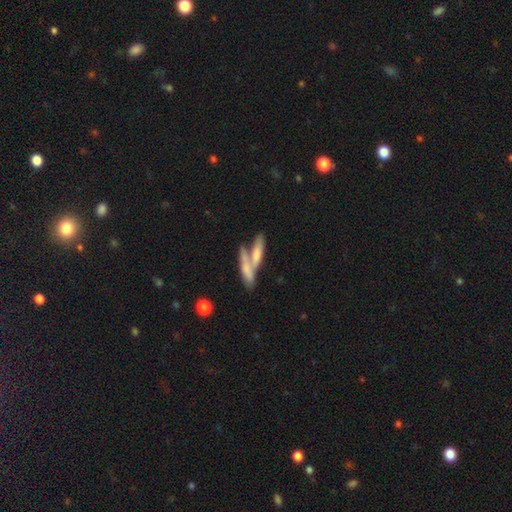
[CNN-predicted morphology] smooth-or-featured: smooth: 53% | featured or disk: 38% | star or artifact: 9%
  how-rounded: cigar-shaped: 66% | in between: 30% | round: 4%
  merging: merger: 55% | none: 32% | minor disturbance: 8% | major disturbance: 5%